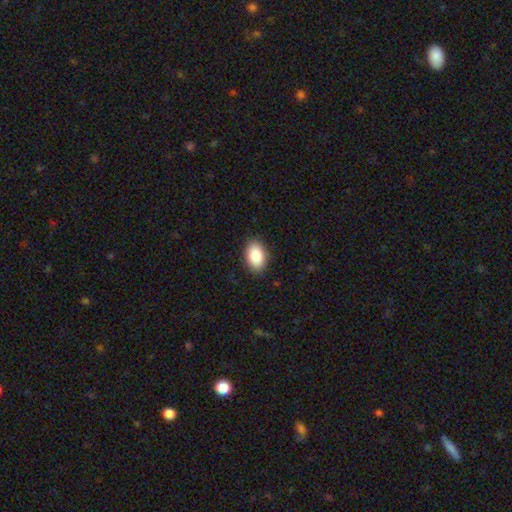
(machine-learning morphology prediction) This appears to be a smooth galaxy with no disk features (88%) that is in between round and cigar-shaped (92%). Merging: none (89%).